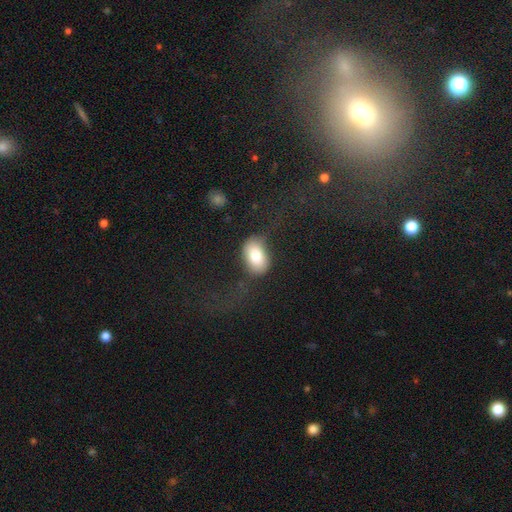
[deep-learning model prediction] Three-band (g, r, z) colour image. It shows a smooth galaxy with no disk features (78%) that is in between round and cigar-shaped (88%). Merging: none (53%).